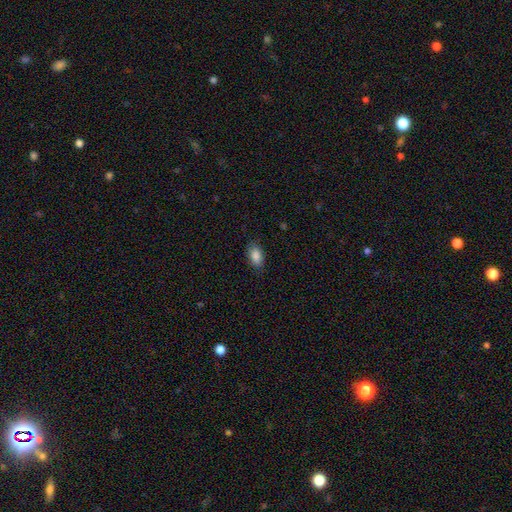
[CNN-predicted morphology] This is clearly a smooth galaxy (88%). How rounded: clearly in between (91%). Merging: clearly none (84%).